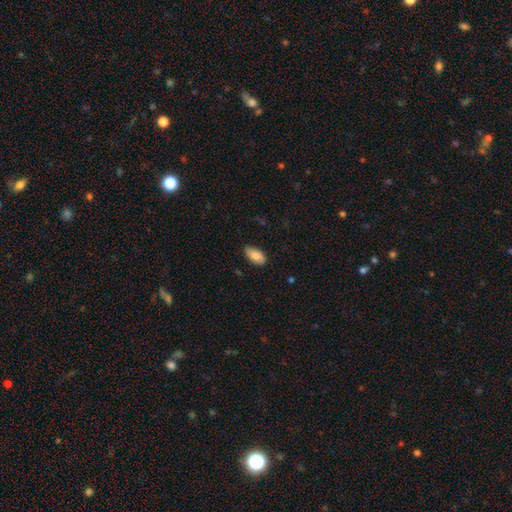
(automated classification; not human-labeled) smooth_or_featured: smooth (p=0.85) [alt: featured or disk p=0.09]
how_rounded: in between (p=0.94) [alt: cigar-shaped p=0.03]
merging: none (p=0.78) [alt: minor disturbance p=0.18]